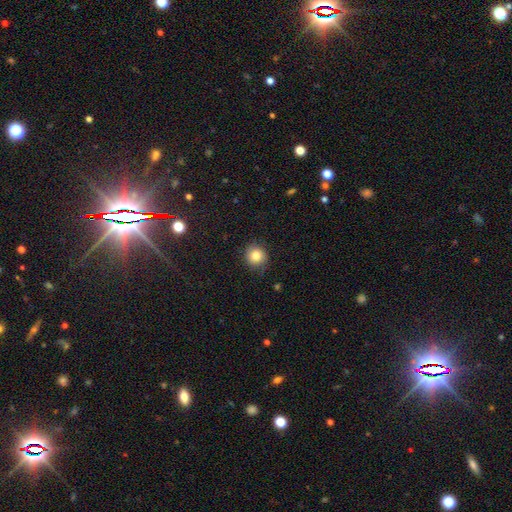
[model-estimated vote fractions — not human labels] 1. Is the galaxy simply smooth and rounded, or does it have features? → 82% smooth, 11% star or artifact, 8% featured or disk.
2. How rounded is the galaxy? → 90% round, 9% in between, 1% cigar-shaped.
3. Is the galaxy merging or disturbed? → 82% none, 14% minor disturbance, 3% major disturbance, 1% merger.